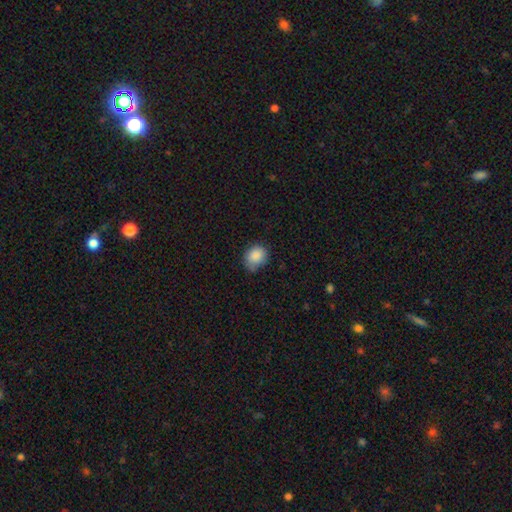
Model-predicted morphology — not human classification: Q: Smooth or featured?
A: smooth (87%); runner-up: star or artifact (9%)
Q: How rounded?
A: round (64%); runner-up: in between (35%)
Q: Merging?
A: none (67%); runner-up: minor disturbance (26%)